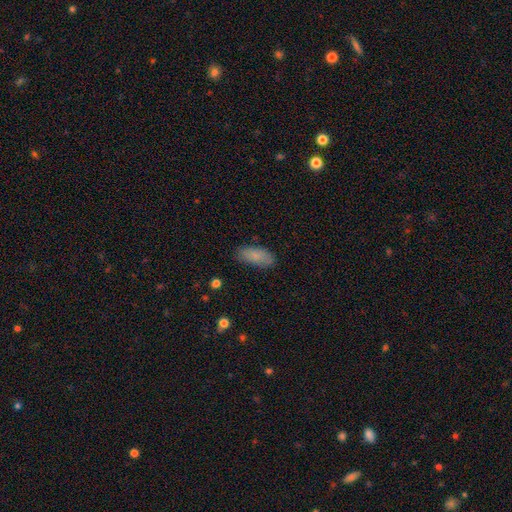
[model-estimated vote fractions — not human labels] This appears to be a smooth galaxy with no disk features (84%) that is in between round and cigar-shaped (84%). Merging: none (82%).